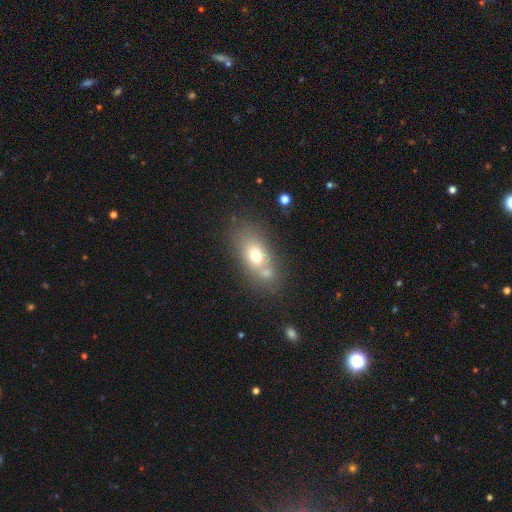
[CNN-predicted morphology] Smooth or featured?
  - smooth: 67% *
  - featured or disk: 21%
  - star or artifact: 12%
How rounded?
  - in between: 78% *
  - round: 16%
  - cigar-shaped: 6%
Merging?
  - none: 50% *
  - merger: 33%
  - minor disturbance: 12%
  - major disturbance: 5%